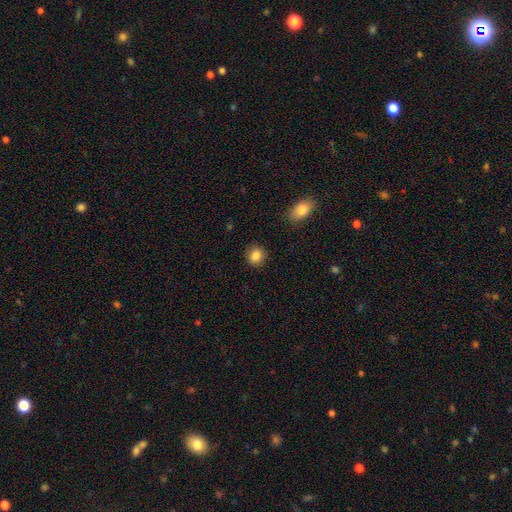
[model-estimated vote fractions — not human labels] Morphology: type=smooth (86%); roundness=round (82%); merging=none (90%).